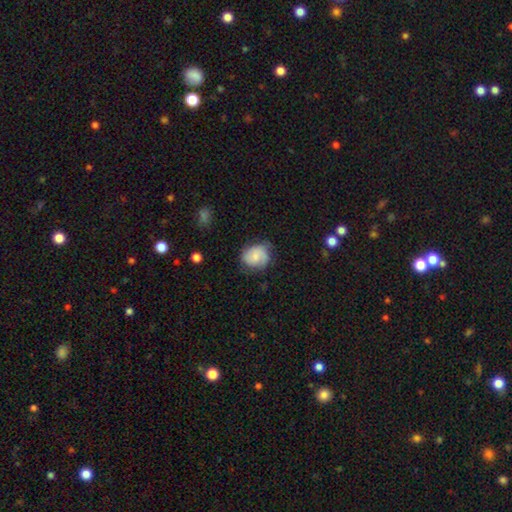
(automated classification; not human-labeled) smooth-or-featured: smooth: 56% | featured or disk: 36% | star or artifact: 8%
  how-rounded: round: 64% | in between: 35% | cigar-shaped: 1%
  merging: none: 60% | minor disturbance: 29% | major disturbance: 9% | merger: 2%